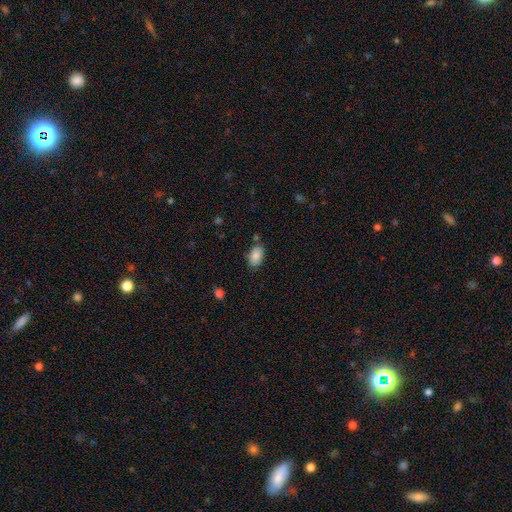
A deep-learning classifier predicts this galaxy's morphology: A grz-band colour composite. It shows a smooth galaxy with no disk features (87%) that is in between round and cigar-shaped (92%). Merging: none (77%).